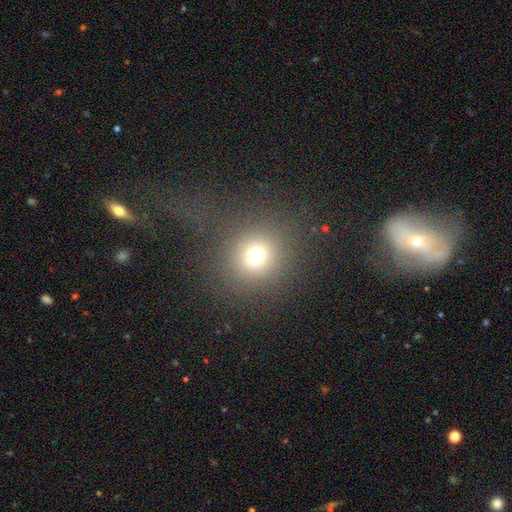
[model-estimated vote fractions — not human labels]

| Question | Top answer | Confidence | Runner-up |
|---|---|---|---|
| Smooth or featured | smooth | 71% | star or artifact (20%) |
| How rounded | round | 89% | in between (10%) |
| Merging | none | 83% | minor disturbance (8%) |